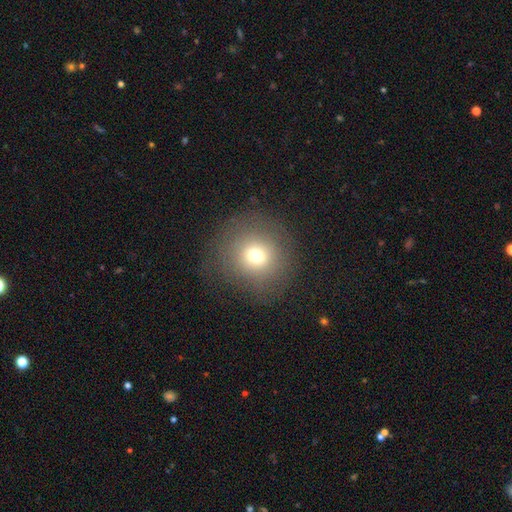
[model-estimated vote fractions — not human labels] A smooth galaxy with no disk features (70%) that is round (91%).

Vote fractions:
- Smooth or featured? smooth: 70% / star or artifact: 17% / featured or disk: 13%
- How rounded? round: 91% / in between: 8% / cigar-shaped: 1%
- Merging? none: 83% / minor disturbance: 9% / major disturbance: 6% / merger: 1%